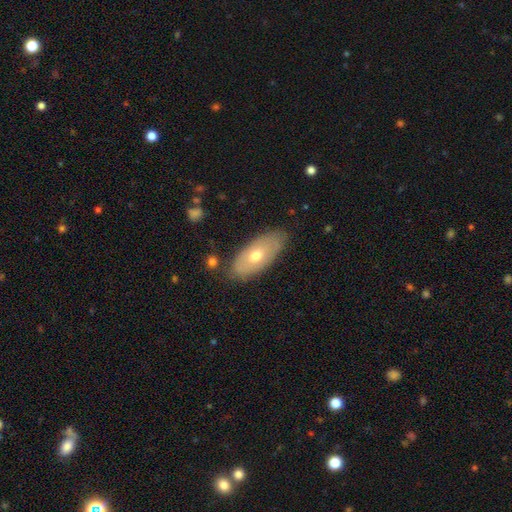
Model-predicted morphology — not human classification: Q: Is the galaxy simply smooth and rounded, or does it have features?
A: smooth — 56%.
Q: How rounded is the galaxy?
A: in between — 87%.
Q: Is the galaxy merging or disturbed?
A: none — 79%.